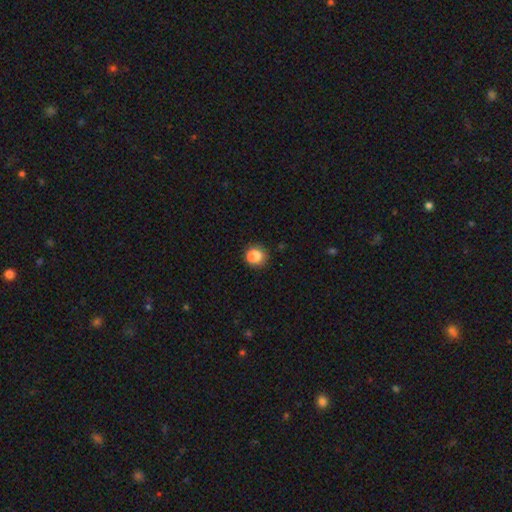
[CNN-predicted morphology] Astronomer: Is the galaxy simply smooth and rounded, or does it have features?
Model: smooth — 85%.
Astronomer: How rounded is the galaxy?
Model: round — 72%.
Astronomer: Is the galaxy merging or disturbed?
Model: none — 78%.